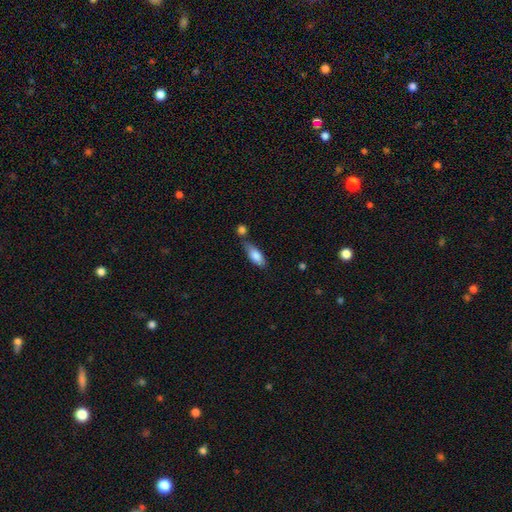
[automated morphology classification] smooth_or_featured: smooth (p=0.81) [alt: featured or disk p=0.12]
how_rounded: in between (p=0.73) [alt: cigar-shaped p=0.25]
merging: none (p=0.48) [alt: minor disturbance p=0.23]